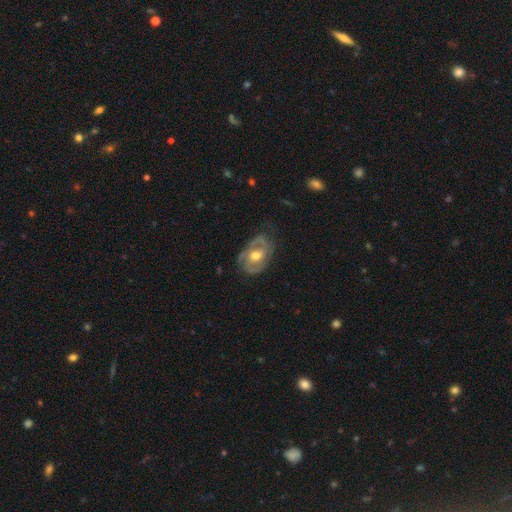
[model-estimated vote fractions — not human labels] smooth-or-featured: featured or disk: 82% | smooth: 13% | star or artifact: 5%
  disk-edge-on: no: 96% | yes: 4%
    bar: no: 53% | weak: 36% | strong: 11%
    has-spiral-arms: yes: 90% | no: 10%
      spiral-winding: medium: 44% | tight: 42% | loose: 15%
      spiral-arm-count: 2: 55% | can't tell: 18% | 3: 17% | 1: 5% | 4: 3% | more than 4: 3%
    bulge-size: moderate: 75% | small: 12% | large: 11% | none: 1% | dominant: 1%
  merging: none: 62% | minor disturbance: 25% | major disturbance: 12% | merger: 1%